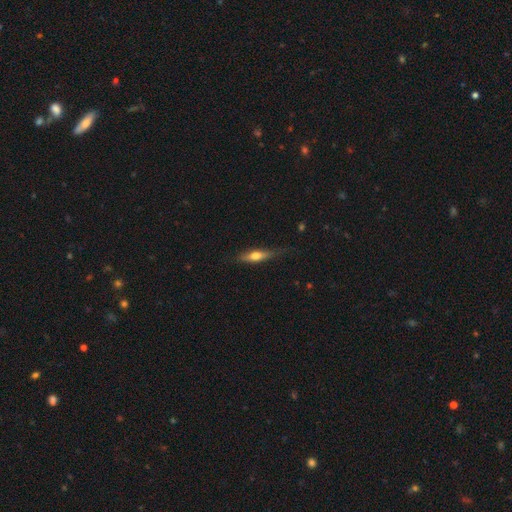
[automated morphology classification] smooth_or_featured: smooth (p=0.50) [alt: featured or disk p=0.44]
merging: none (p=0.72) [alt: minor disturbance p=0.22]